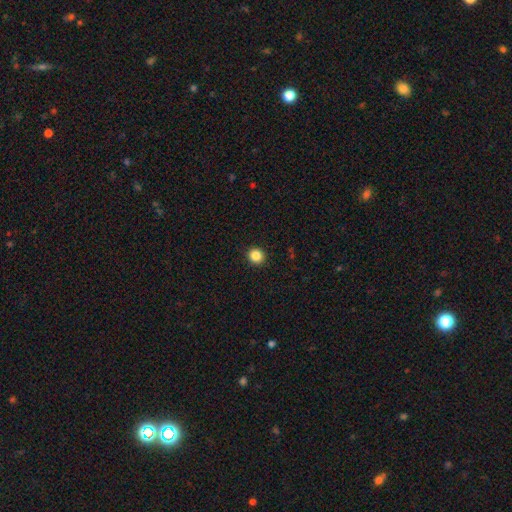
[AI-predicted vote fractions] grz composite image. It shows a smooth galaxy with no disk features (86%) that is round (89%). Merging: none (93%).